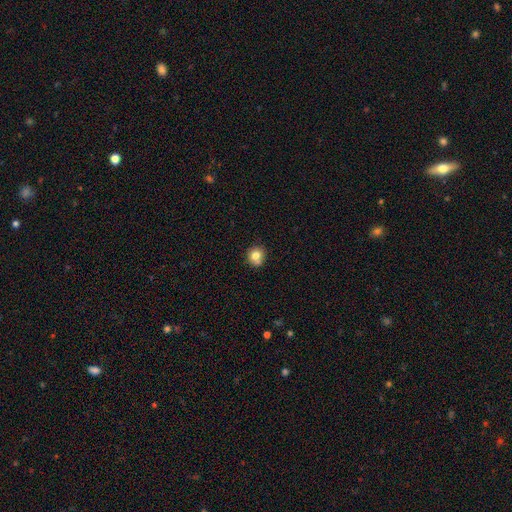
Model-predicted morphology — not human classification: smooth_or_featured: smooth (p=0.79) [alt: star or artifact p=0.11]
how_rounded: round (p=0.87) [alt: in between p=0.12]
merging: none (p=0.79) [alt: minor disturbance p=0.13]